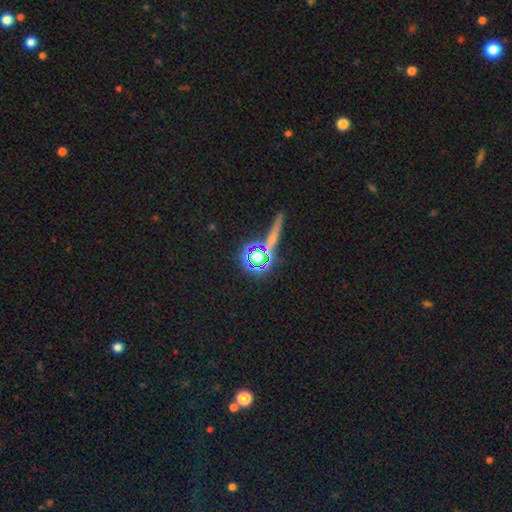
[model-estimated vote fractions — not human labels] Q: Smooth or featured?
A: star or artifact (54%); runner-up: smooth (31%)